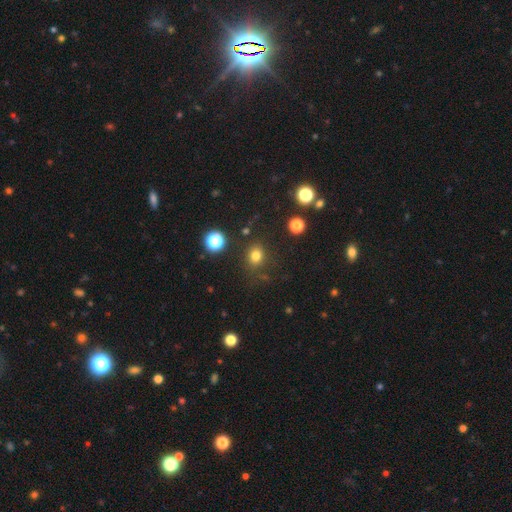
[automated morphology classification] smooth 77%, star or artifact 17%, featured or disk 6%. Down the decision tree: how rounded — round (68%); merging — none (80%).